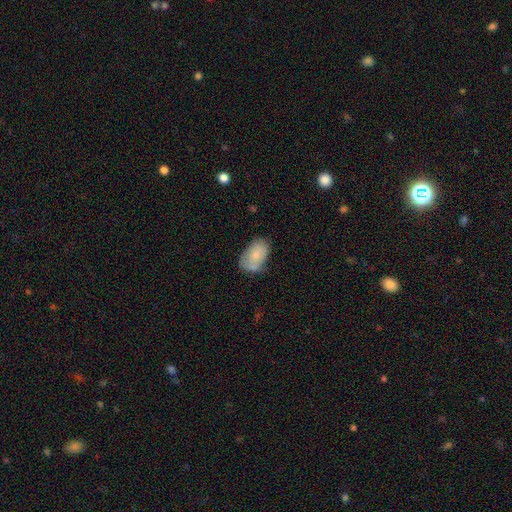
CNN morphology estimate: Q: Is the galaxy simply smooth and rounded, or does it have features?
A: smooth — 76%.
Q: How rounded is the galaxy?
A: in between — 92%.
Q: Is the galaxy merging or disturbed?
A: none — 51%.